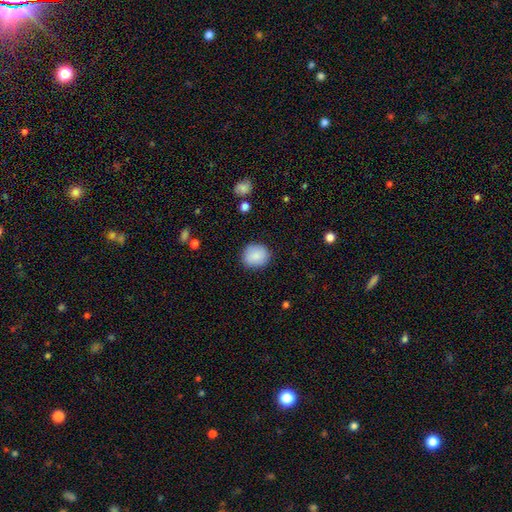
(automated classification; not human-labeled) This appears to be a smooth galaxy with no disk features (87%) that is round (77%). Merging: none (86%).